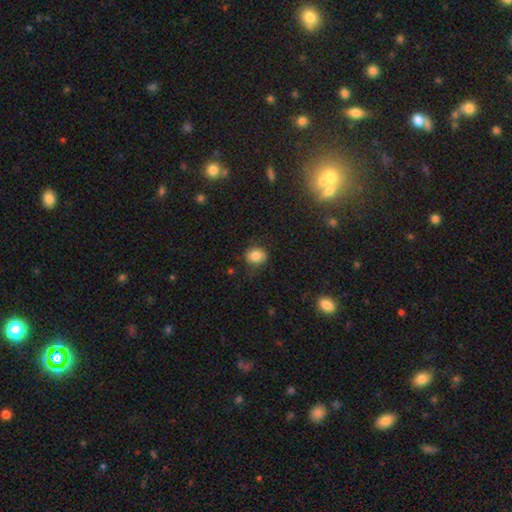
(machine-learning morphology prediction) Smooth or featured? smooth (81%)
How rounded? round (68%)
Merging? none (72%)